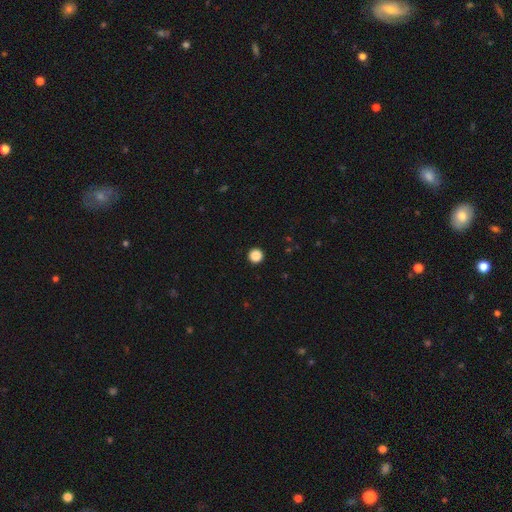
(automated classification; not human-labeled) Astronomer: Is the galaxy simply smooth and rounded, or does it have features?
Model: smooth — 88%.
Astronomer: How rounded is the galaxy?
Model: round — 96%.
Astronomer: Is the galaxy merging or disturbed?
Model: none — 94%.